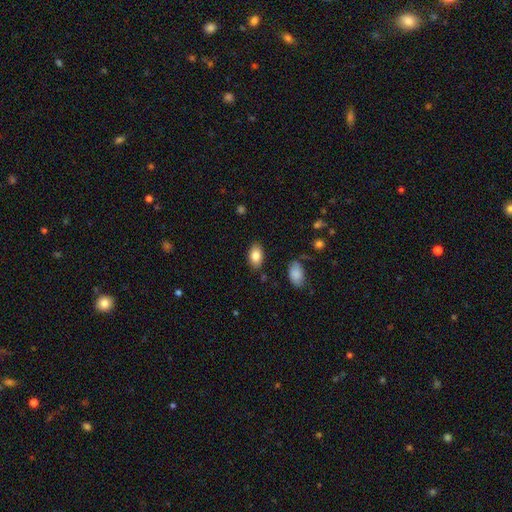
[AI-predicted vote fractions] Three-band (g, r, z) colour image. It shows a smooth galaxy with no disk features (84%) that is in between round and cigar-shaped (92%). Merging: none (84%).